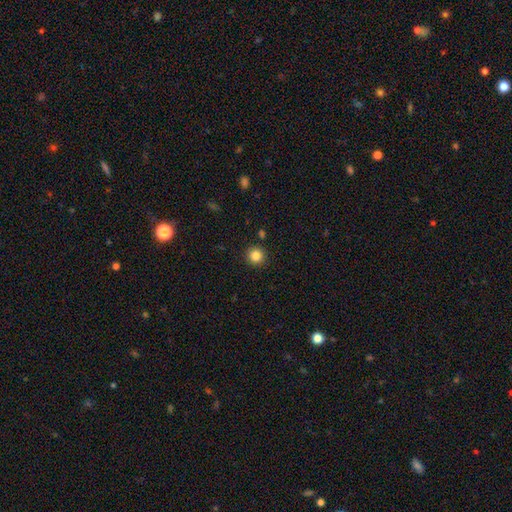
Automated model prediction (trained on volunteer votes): smooth 84%, star or artifact 11%, featured or disk 5%. Down the decision tree: how rounded — round (95%); merging — none (91%).